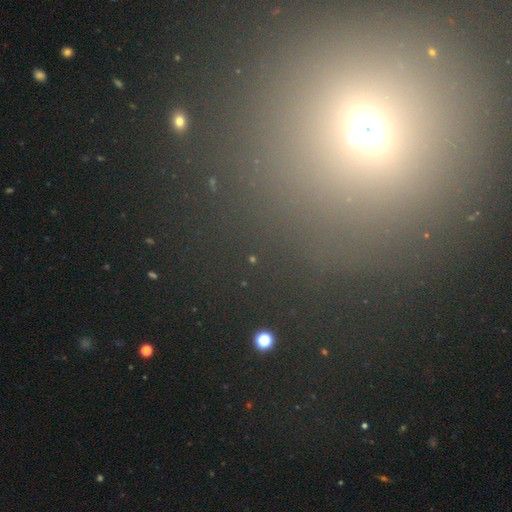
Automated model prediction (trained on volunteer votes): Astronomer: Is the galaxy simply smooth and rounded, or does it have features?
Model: star or artifact — 56% (runner-up: smooth, 33%).